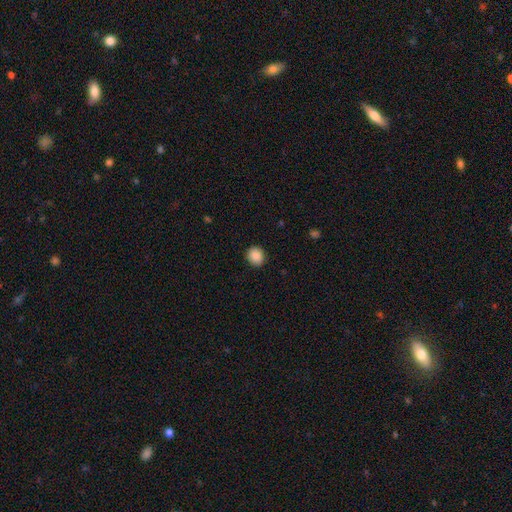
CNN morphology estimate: Smooth or featured? Predicted: smooth (p=0.88). How rounded? Predicted: round (p=0.81). Merging? Predicted: none (p=0.90).